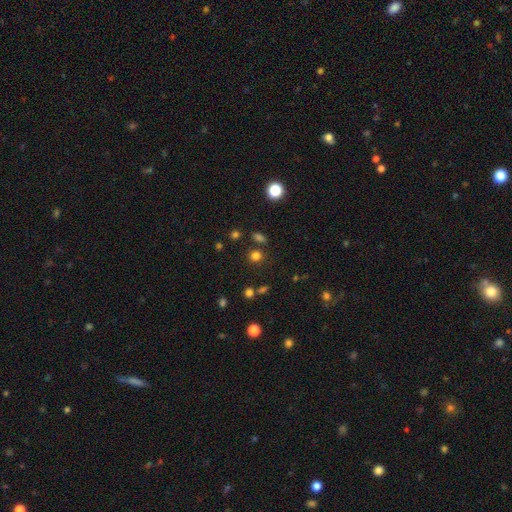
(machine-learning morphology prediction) A smooth galaxy with no disk features (75%) that is round (77%).

Vote fractions:
- Smooth or featured? smooth: 75% / star or artifact: 20% / featured or disk: 5%
- How rounded? round: 77% / in between: 21% / cigar-shaped: 1%
- Merging? none: 79% / minor disturbance: 9% / merger: 8% / major disturbance: 3%